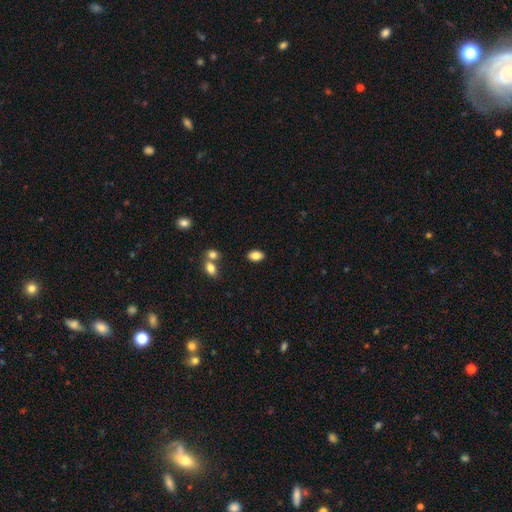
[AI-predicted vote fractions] A smooth galaxy with no disk features (84%) that is in between round and cigar-shaped (89%). Merging: none (84%).